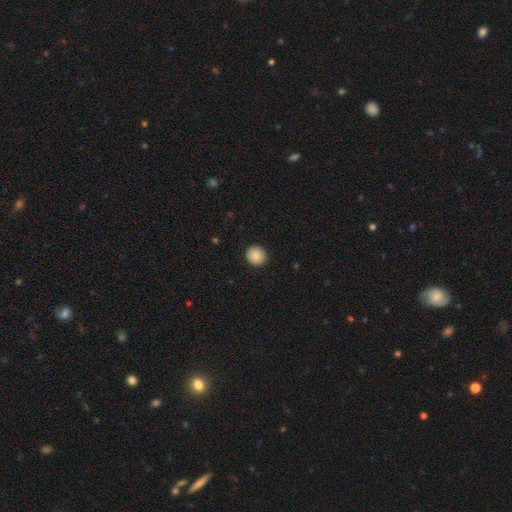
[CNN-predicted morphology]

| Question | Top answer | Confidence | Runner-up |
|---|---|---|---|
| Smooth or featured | smooth | 86% | star or artifact (8%) |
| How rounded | round | 89% | in between (10%) |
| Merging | none | 91% | minor disturbance (6%) |